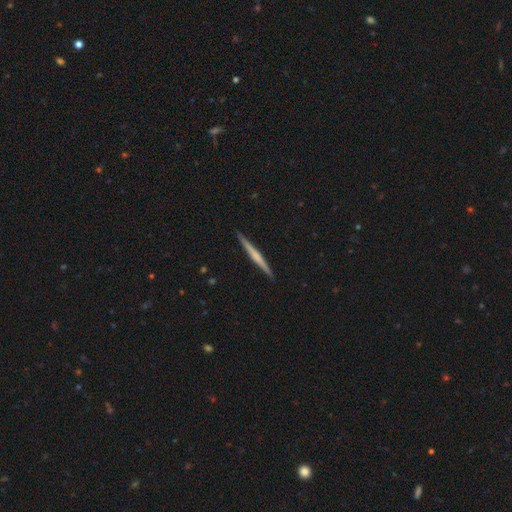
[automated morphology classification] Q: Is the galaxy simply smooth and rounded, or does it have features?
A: featured or disk — 58%.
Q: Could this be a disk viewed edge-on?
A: yes — 98%.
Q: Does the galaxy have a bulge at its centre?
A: none — 58%.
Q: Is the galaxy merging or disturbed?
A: none — 92%.